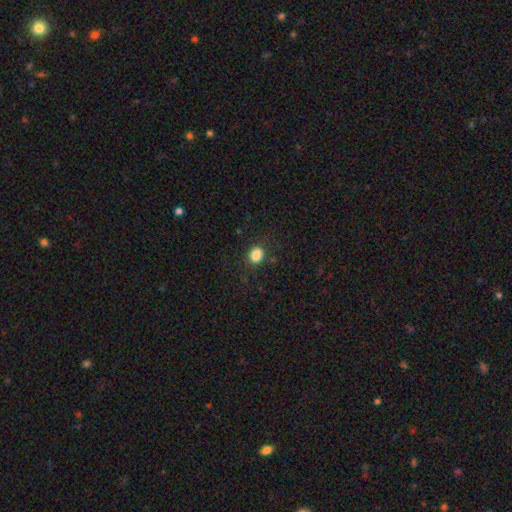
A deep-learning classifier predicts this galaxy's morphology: This appears to be a smooth galaxy with no disk features (85%) that is round (61%). Merging: none (82%).